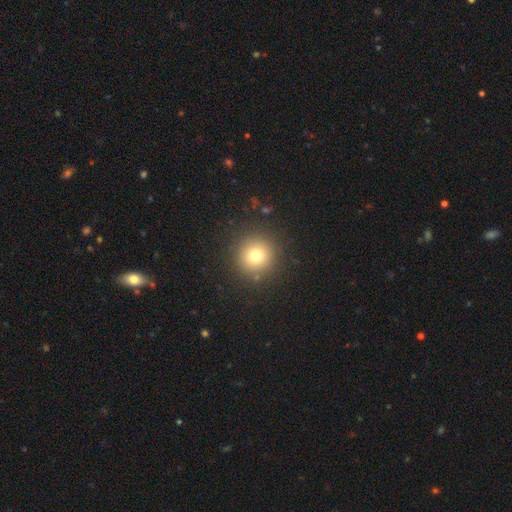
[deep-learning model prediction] Q: Smooth or featured?
A: smooth (76%); runner-up: star or artifact (14%)
Q: How rounded?
A: round (94%); runner-up: in between (5%)
Q: Merging?
A: none (89%); runner-up: minor disturbance (7%)